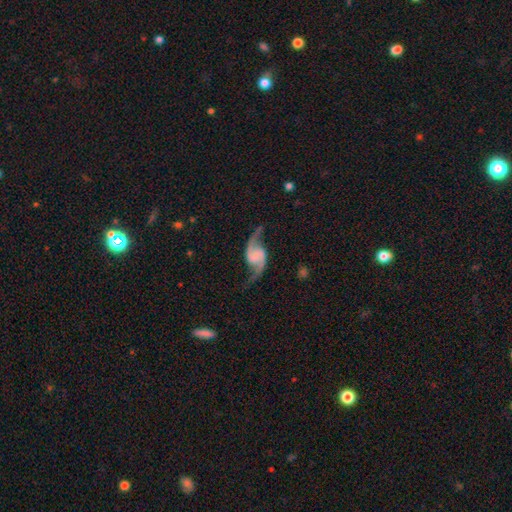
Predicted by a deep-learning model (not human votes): The model was most divided on "bar": no: 46%, weak: 37%, strong: 17%. More confident: edge-on disk — no (98%); spiral arms — yes (98%); spiral arm count — 2 (95%); smooth or featured — featured or disk (91%); spiral winding — loose (80%); merging — none (77%); bulge size — none (66%).